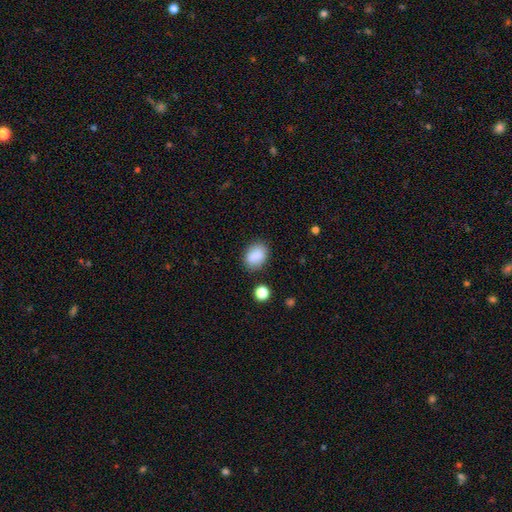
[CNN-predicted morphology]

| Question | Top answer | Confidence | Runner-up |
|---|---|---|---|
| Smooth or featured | smooth | 87% | star or artifact (8%) |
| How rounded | in between | 71% | round (28%) |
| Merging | none | 80% | minor disturbance (13%) |